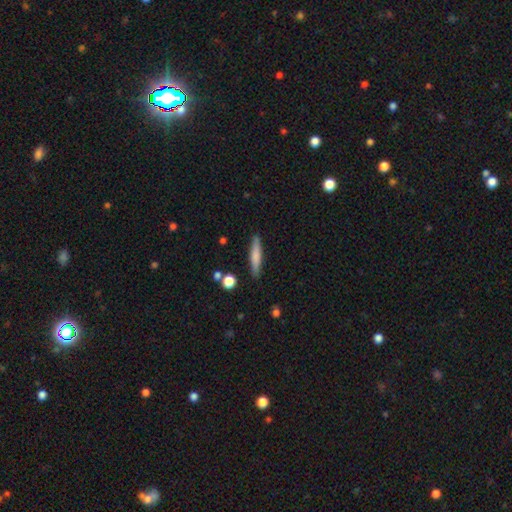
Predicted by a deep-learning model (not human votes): Smooth or featured: smooth — 71% (featured or disk — 23%)
How rounded: cigar-shaped — 89% (in between — 9%)
Merging: none — 87% (minor disturbance — 9%)